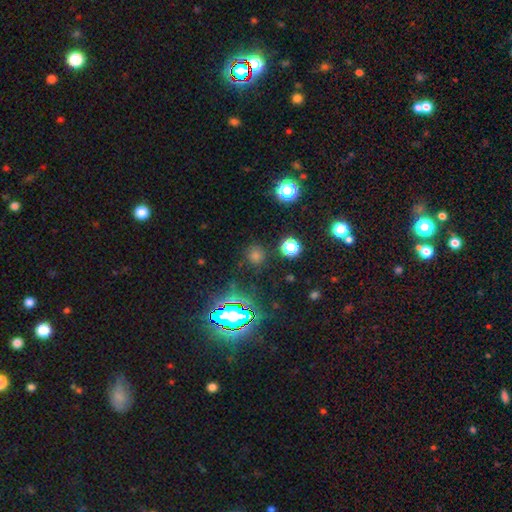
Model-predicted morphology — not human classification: smooth_or_featured: smooth (p=0.52) [alt: star or artifact p=0.41]
how_rounded: round (p=0.88) [alt: in between p=0.10]
merging: none (p=0.85) [alt: minor disturbance p=0.09]